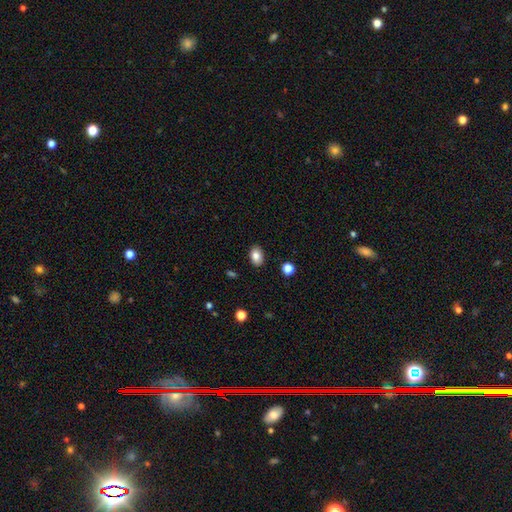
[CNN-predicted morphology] Q: Smooth or featured?
A: smooth (85%); runner-up: star or artifact (9%)
Q: How rounded?
A: in between (83%); runner-up: round (16%)
Q: Merging?
A: none (88%); runner-up: minor disturbance (8%)